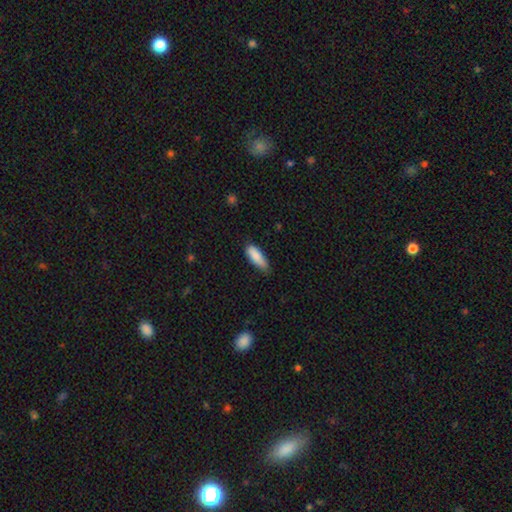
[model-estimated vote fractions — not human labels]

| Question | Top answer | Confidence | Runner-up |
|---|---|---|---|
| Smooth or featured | smooth | 86% | featured or disk (8%) |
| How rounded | in between | 65% | cigar-shaped (34%) |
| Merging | none | 63% | minor disturbance (31%) |